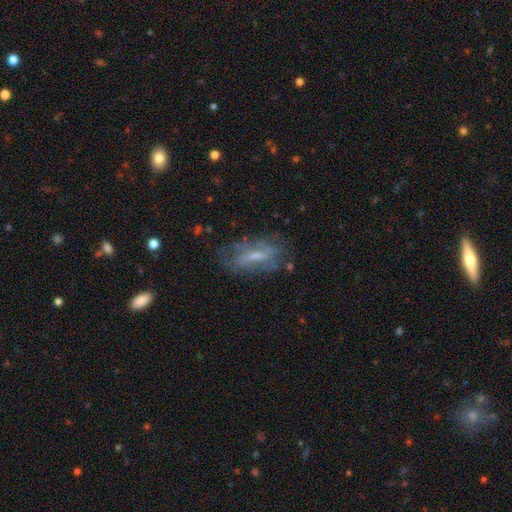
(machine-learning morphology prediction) smooth-or-featured: featured or disk: 55% | smooth: 35% | star or artifact: 9%
  disk-edge-on: no: 84% | yes: 16%
  merging: none: 62% | minor disturbance: 23% | major disturbance: 12% | merger: 2%